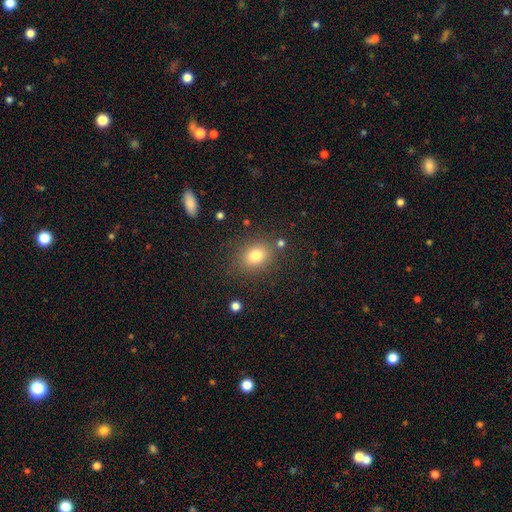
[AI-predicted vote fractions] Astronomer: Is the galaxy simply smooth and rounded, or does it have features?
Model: smooth — 80%.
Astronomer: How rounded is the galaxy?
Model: in between — 53% (runner-up: round, 45%).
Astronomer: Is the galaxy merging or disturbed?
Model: none — 80%.